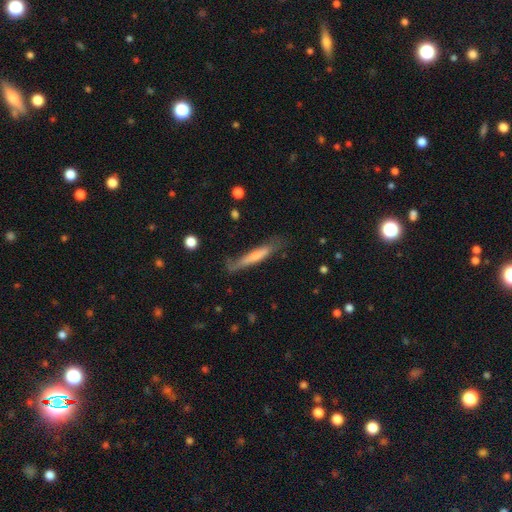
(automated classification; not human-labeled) The model was most divided on "smooth or featured": smooth: 50%, featured or disk: 44%, star or artifact: 6%. More confident: how rounded — cigar-shaped (91%); merging — none (67%).